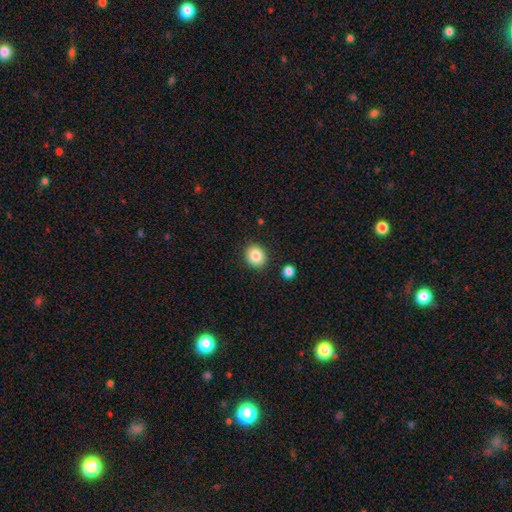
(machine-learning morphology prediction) Smooth or featured? Predicted: smooth (p=0.85). How rounded? Predicted: round (p=0.82). Merging? Predicted: none (p=0.89).